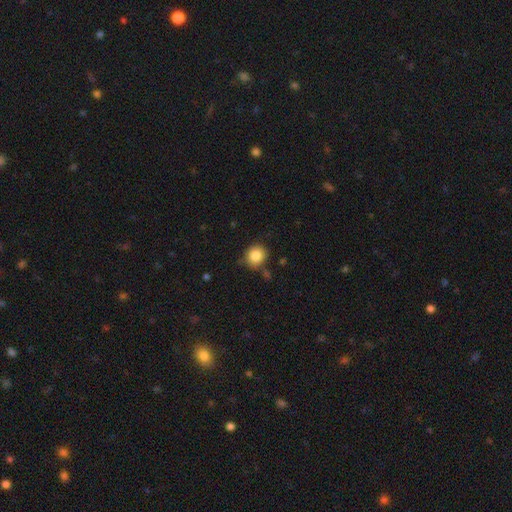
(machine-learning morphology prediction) A smooth galaxy with no disk features (84%) that is round (85%).

Vote fractions:
- Smooth or featured? smooth: 84% / star or artifact: 10% / featured or disk: 6%
- How rounded? round: 85% / in between: 14% / cigar-shaped: 1%
- Merging? none: 80% / minor disturbance: 13% / merger: 4% / major disturbance: 3%